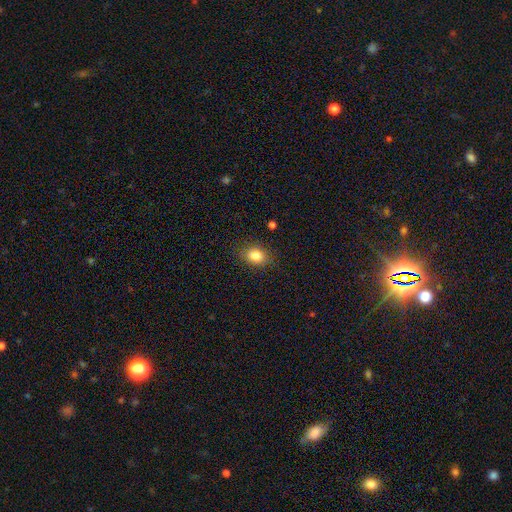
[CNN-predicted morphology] type=smooth (83%); roundness=in between (63%); merging=none (84%).